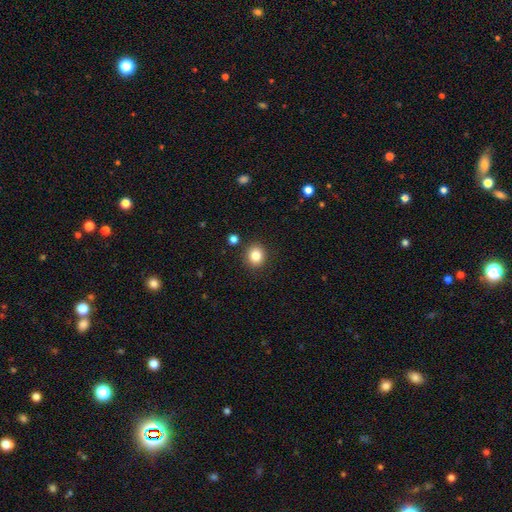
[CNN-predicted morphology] Smooth or featured: smooth — 85% (star or artifact — 10%)
How rounded: round — 74% (in between — 25%)
Merging: none — 88% (minor disturbance — 7%)